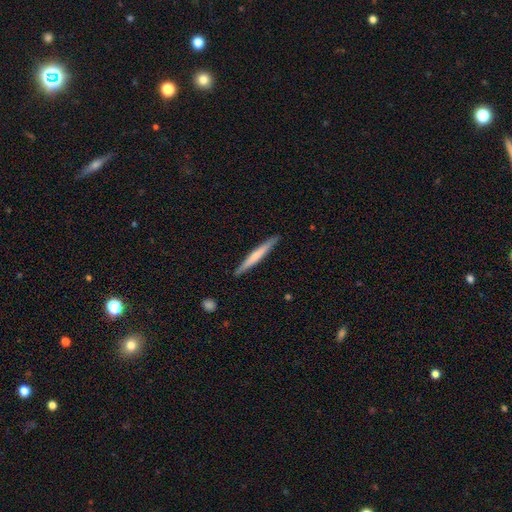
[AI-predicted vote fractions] Smooth or featured? Predicted: smooth (p=0.54). How rounded? Predicted: cigar-shaped (p=0.96). Merging? Predicted: none (p=0.91).